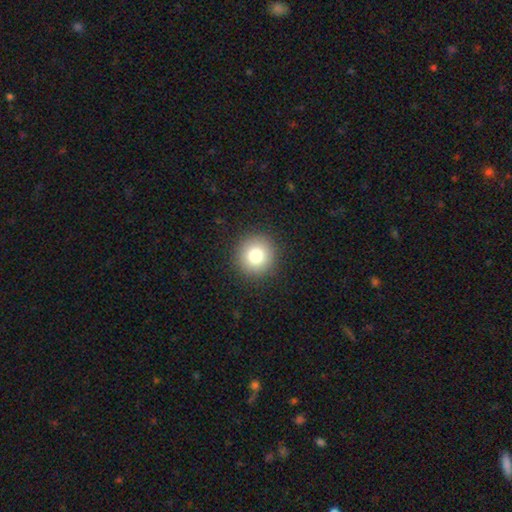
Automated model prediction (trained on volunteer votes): smooth 80%, star or artifact 11%, featured or disk 9%. Down the decision tree: how rounded — round (93%); merging — none (91%).